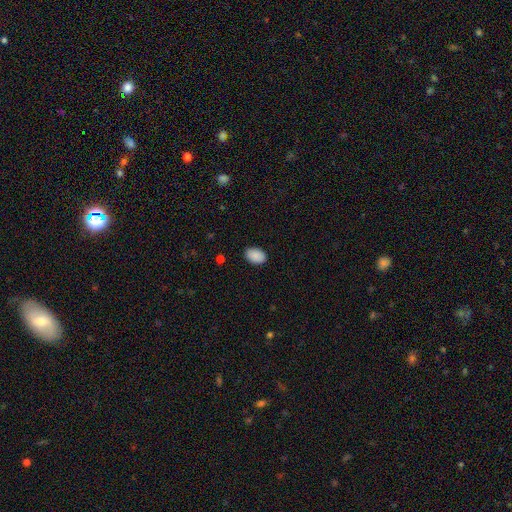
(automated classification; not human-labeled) Overall: smooth (90%). How rounded: in between (89%). Merging: none (89%).